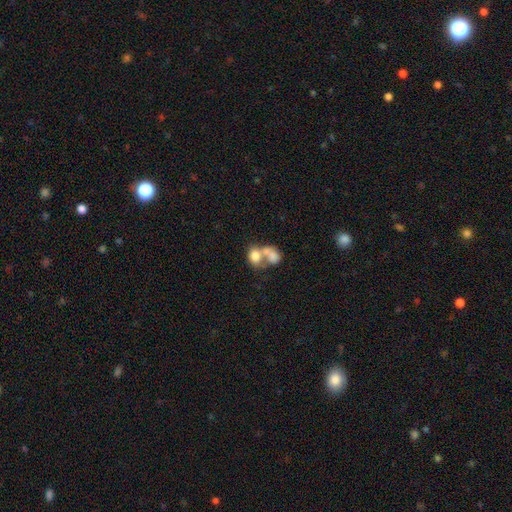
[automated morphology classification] smooth-or-featured: smooth: 71% | featured or disk: 20% | star or artifact: 9%
  how-rounded: in between: 63% | round: 36% | cigar-shaped: 1%
  merging: merger: 70% | none: 17% | major disturbance: 7% | minor disturbance: 6%